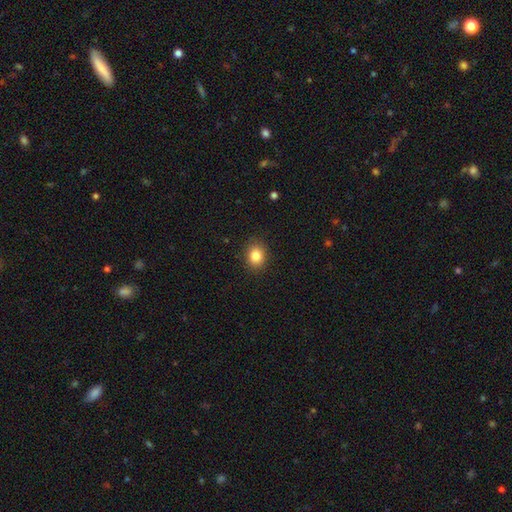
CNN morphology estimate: Smooth or featured: smooth — 83% (star or artifact — 10%)
How rounded: round — 59% (in between — 40%)
Merging: none — 89% (minor disturbance — 8%)